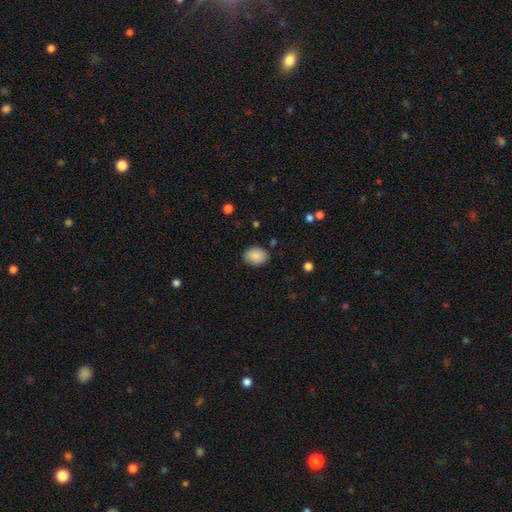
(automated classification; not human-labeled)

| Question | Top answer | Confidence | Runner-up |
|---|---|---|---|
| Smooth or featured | smooth | 89% | star or artifact (7%) |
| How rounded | in between | 70% | round (29%) |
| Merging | none | 85% | minor disturbance (11%) |